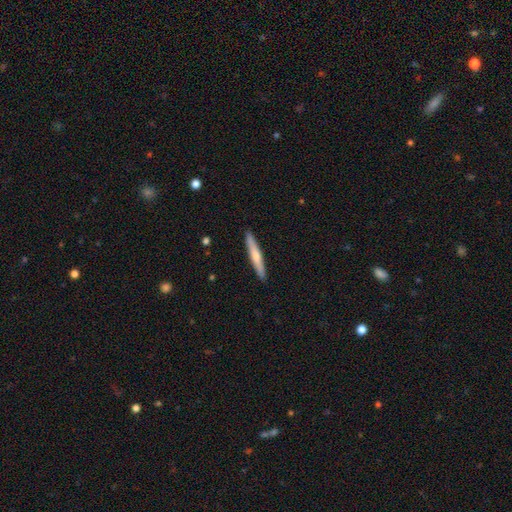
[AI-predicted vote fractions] This is possibly a smooth galaxy (55%). How rounded: clearly cigar-shaped (95%). Merging: clearly none (92%).